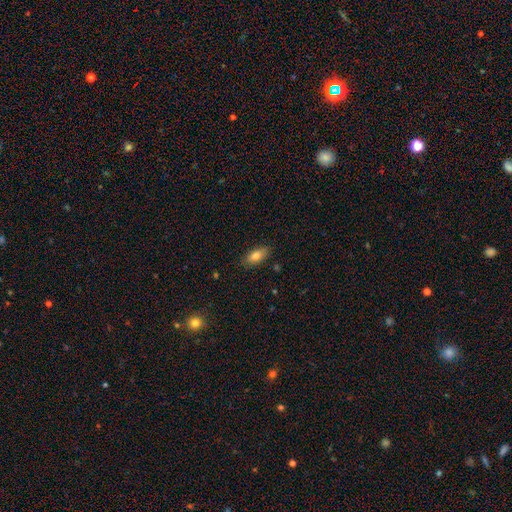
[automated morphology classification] smooth_or_featured: smooth (p=0.78) [alt: featured or disk p=0.14]
how_rounded: in between (p=0.80) [alt: cigar-shaped p=0.17]
merging: none (p=0.85) [alt: minor disturbance p=0.12]